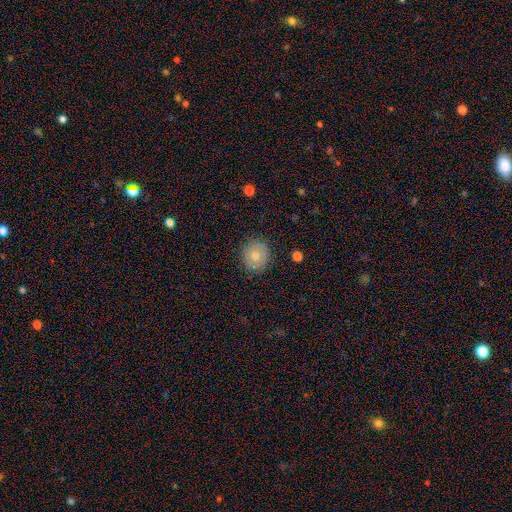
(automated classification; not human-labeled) This is likely a smooth galaxy (68%). How rounded: likely round (79%). Merging: clearly none (85%).